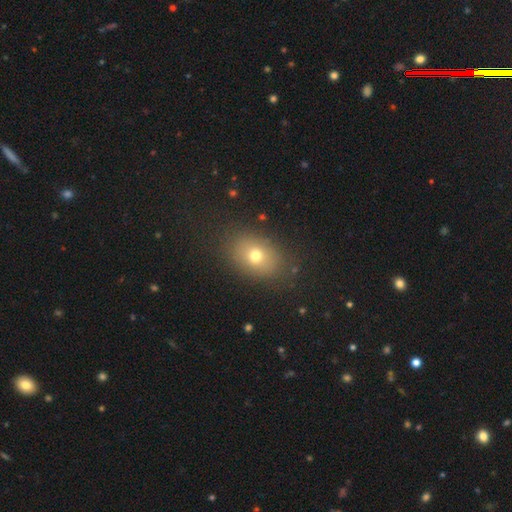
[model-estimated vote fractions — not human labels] Smooth or featured? smooth (71%)
How rounded? in between (68%)
Merging? none (82%)